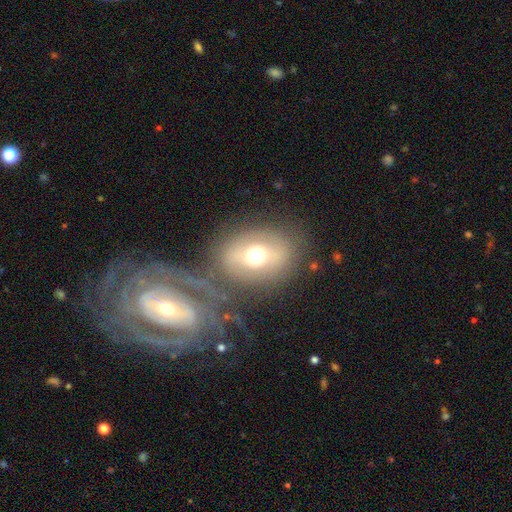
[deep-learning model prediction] Smooth or featured? smooth (49%)
Merging? none (62%)